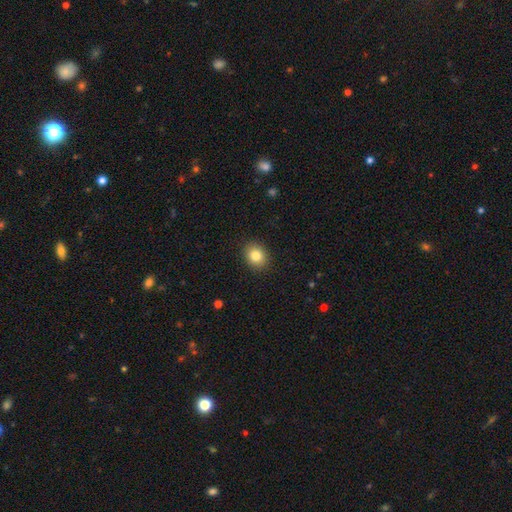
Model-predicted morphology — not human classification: The model was most divided on "how rounded": round: 60%, in between: 39%, cigar-shaped: 1%. More confident: merging — none (90%); smooth or featured — smooth (83%).